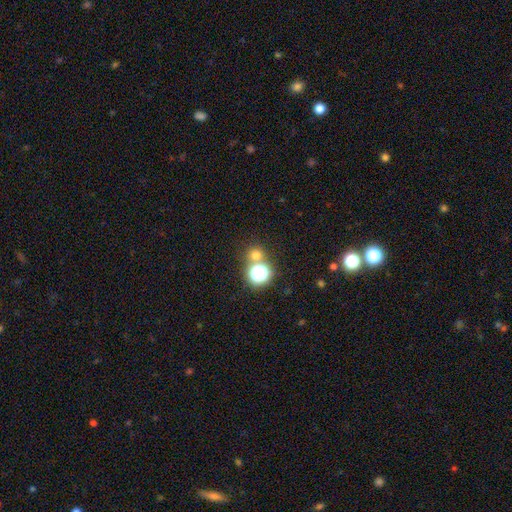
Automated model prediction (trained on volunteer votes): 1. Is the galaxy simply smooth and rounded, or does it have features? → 66% smooth, 28% star or artifact, 6% featured or disk.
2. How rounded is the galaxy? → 89% round, 9% in between, 1% cigar-shaped.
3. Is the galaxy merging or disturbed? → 69% none, 21% merger, 7% minor disturbance, 3% major disturbance.